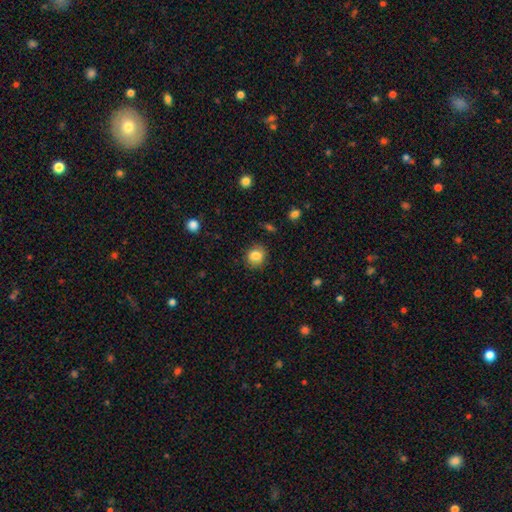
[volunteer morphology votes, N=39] type=smooth (95%); roundness=round (84%); merging=none (74%).